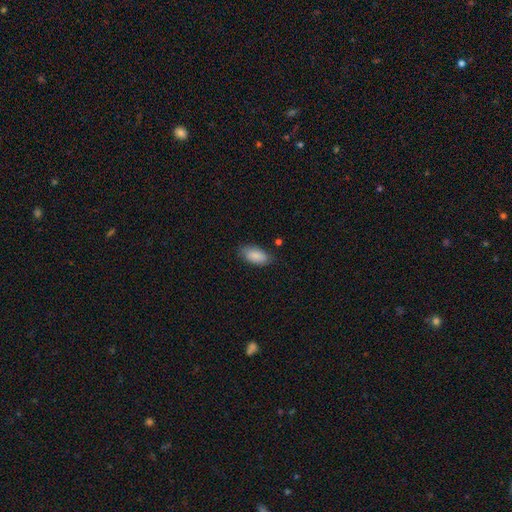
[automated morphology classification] Smooth or featured: smooth — 86% (featured or disk — 8%)
How rounded: in between — 93% (cigar-shaped — 5%)
Merging: none — 79% (minor disturbance — 16%)